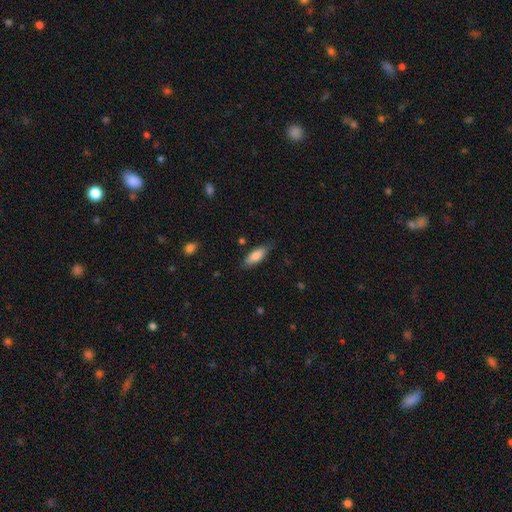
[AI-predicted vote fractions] Smooth or featured?
  - smooth: 82% *
  - featured or disk: 12%
  - star or artifact: 6%
How rounded?
  - in between: 67% *
  - cigar-shaped: 32%
  - round: 2%
Merging?
  - none: 80% *
  - minor disturbance: 15%
  - major disturbance: 3%
  - merger: 1%